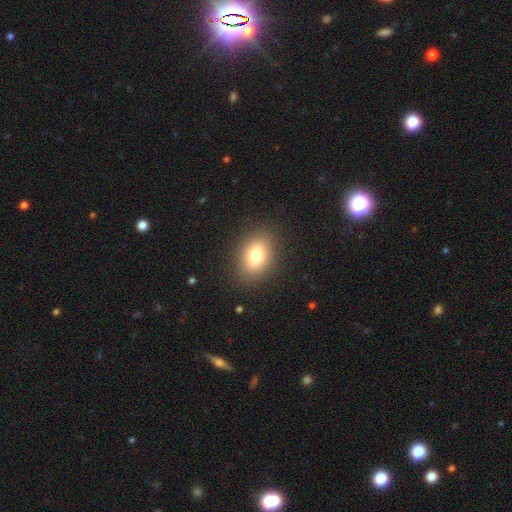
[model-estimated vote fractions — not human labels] smooth-or-featured: smooth: 80% | star or artifact: 10% | featured or disk: 10%
  how-rounded: in between: 75% | round: 23% | cigar-shaped: 1%
  merging: none: 87% | minor disturbance: 9% | major disturbance: 3% | merger: 1%